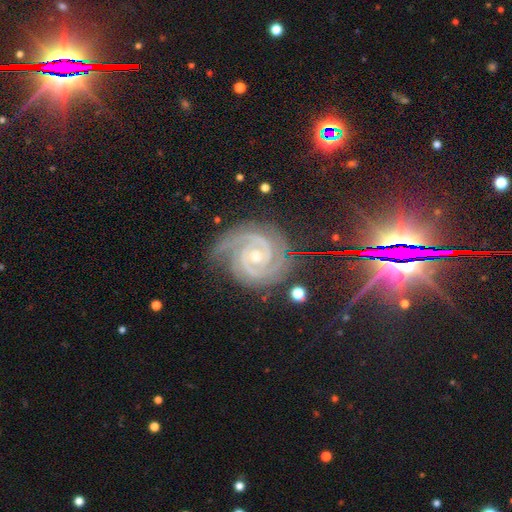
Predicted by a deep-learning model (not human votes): Smooth or featured? Predicted: featured or disk (p=0.90). Edge-on disk? Predicted: no (p=0.98). Bar? Predicted: no (p=0.60). Spiral arms? Predicted: yes (p=0.99). Spiral winding? Predicted: tight (p=0.80). Spiral arm count? Predicted: 2 (p=0.70). Bulge size? Predicted: small (p=0.51). Merging? Predicted: none (p=0.75).